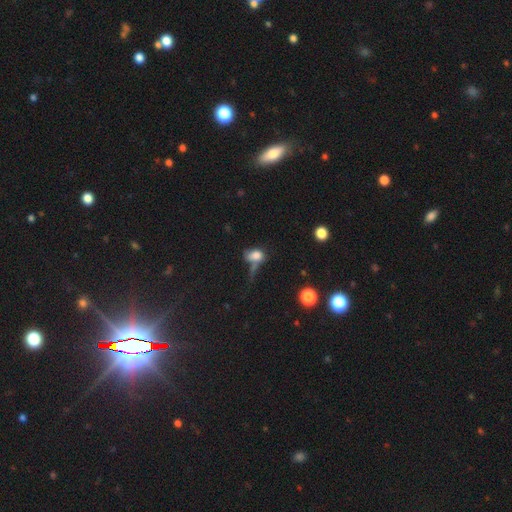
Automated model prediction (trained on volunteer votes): Smooth or featured?
  - smooth: 72% *
  - featured or disk: 14%
  - star or artifact: 13%
How rounded?
  - in between: 72% *
  - round: 25%
  - cigar-shaped: 3%
Merging?
  - none: 29% *
  - major disturbance: 26%
  - merger: 25%
  - minor disturbance: 20%